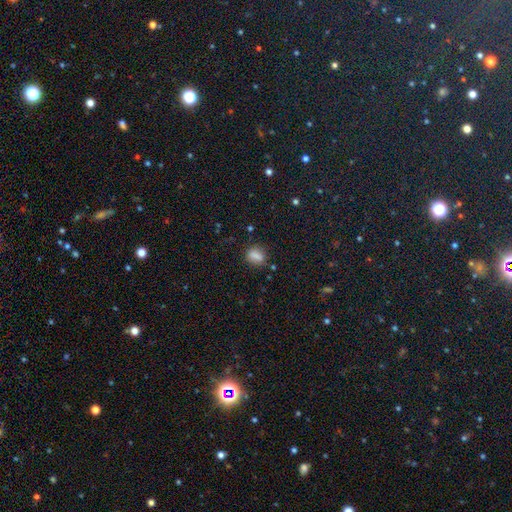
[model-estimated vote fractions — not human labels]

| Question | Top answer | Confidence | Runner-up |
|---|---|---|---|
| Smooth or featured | smooth | 80% | star or artifact (11%) |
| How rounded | in between | 53% | round (42%) |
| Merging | none | 74% | minor disturbance (16%) |